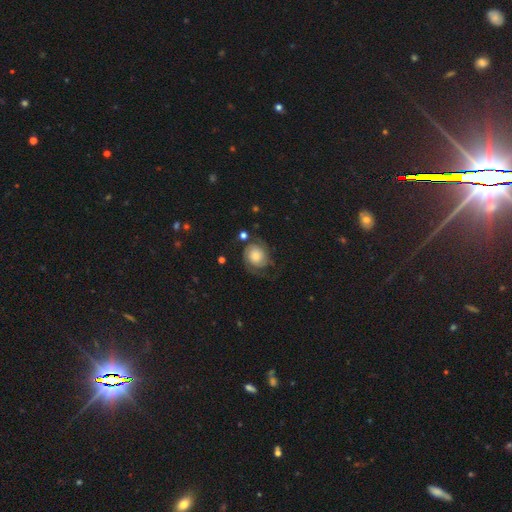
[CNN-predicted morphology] This is likely a featured or disk galaxy (62%). It is clearly not viewed edge-on (97%). Bar: likely no (79%). Spiral arm pattern: clearly yes (90%). Spiral arm count: likely 2 (73%). Spiral winding: possibly tight (48%). Central bulge: marginally small (38%). Merging: likely none (64%).